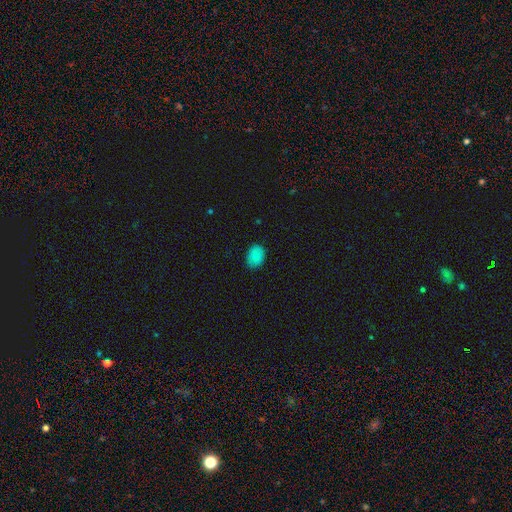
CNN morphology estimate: This appears to be a smooth galaxy with no disk features (86%) that is in between round and cigar-shaped (68%). Merging: none (85%).